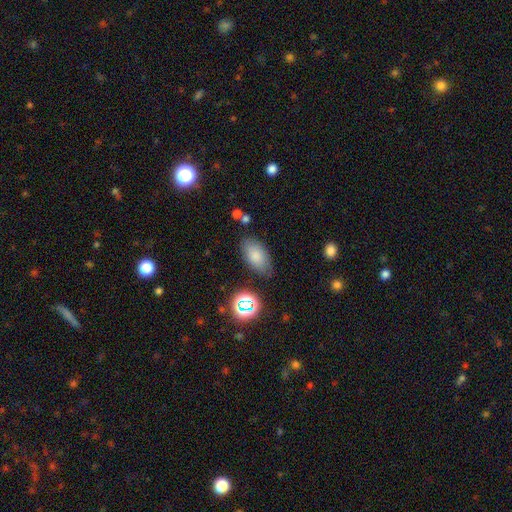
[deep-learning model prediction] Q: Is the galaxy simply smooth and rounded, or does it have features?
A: smooth — 80%.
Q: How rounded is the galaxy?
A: in between — 92%.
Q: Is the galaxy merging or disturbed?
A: none — 77%.